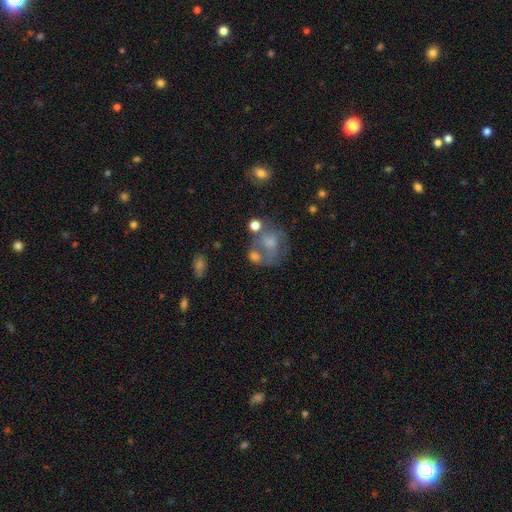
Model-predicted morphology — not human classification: Overall: featured or disk (45%; smooth 39%). Merging: none (37%; merger 24%).